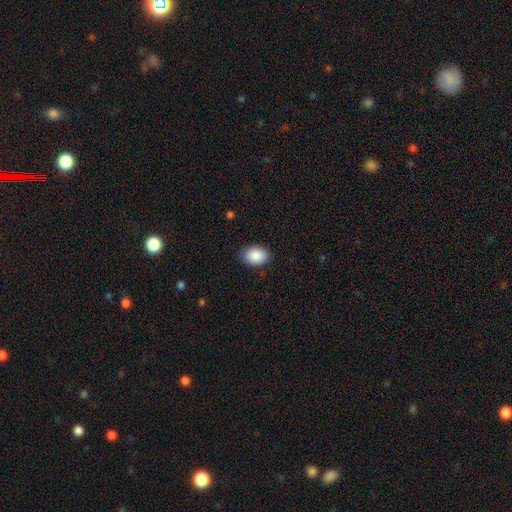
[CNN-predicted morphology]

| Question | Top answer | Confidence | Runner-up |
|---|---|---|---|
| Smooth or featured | smooth | 89% | star or artifact (7%) |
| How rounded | in between | 74% | round (25%) |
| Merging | none | 86% | minor disturbance (11%) |